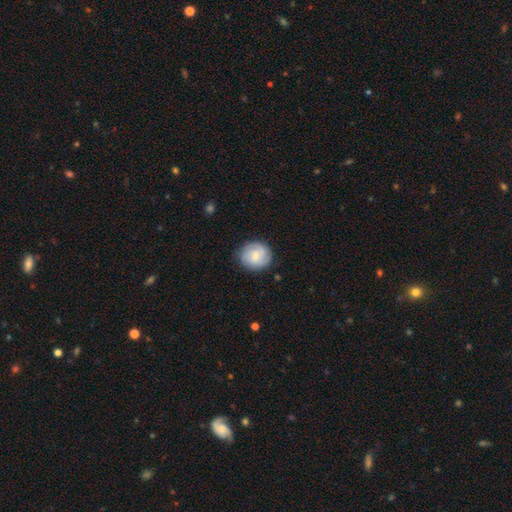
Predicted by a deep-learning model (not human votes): smooth 52%, featured or disk 42%, star or artifact 7%. Down the decision tree: how rounded — round (84%); merging — none (84%).